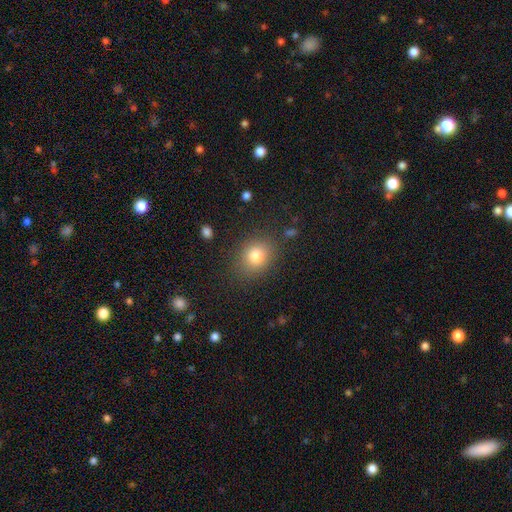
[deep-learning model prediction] The model was most divided on "how rounded": round: 52%, in between: 47%, cigar-shaped: 1%. More confident: merging — none (82%); smooth or featured — smooth (81%).